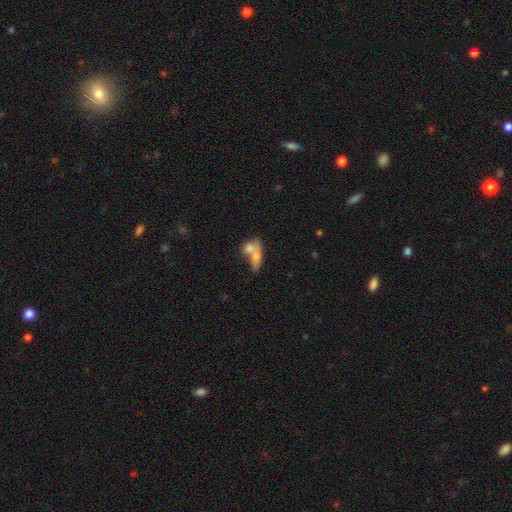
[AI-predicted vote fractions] smooth 72%, featured or disk 20%, star or artifact 8%. Down the decision tree: how rounded — in between (69%); merging — merger (61%).